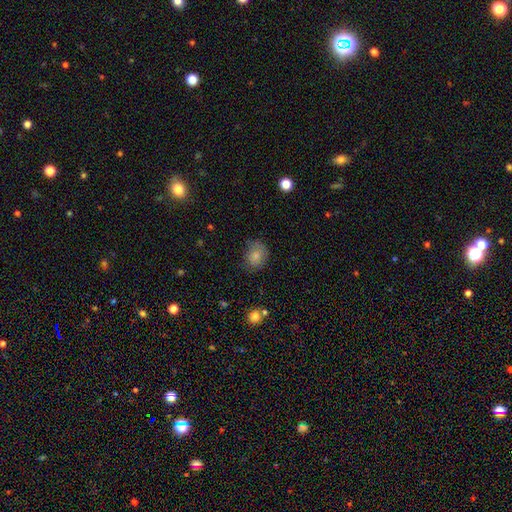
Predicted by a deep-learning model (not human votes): Smooth or featured? smooth (80%)
How rounded? round (62%)
Merging? none (65%)